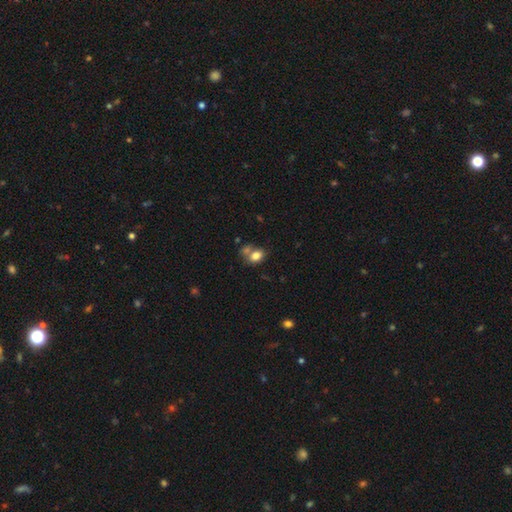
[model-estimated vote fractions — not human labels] smooth-or-featured: smooth: 80% | star or artifact: 10% | featured or disk: 10%
  how-rounded: in between: 70% | round: 29% | cigar-shaped: 1%
  merging: none: 44% | merger: 35% | minor disturbance: 15% | major disturbance: 6%